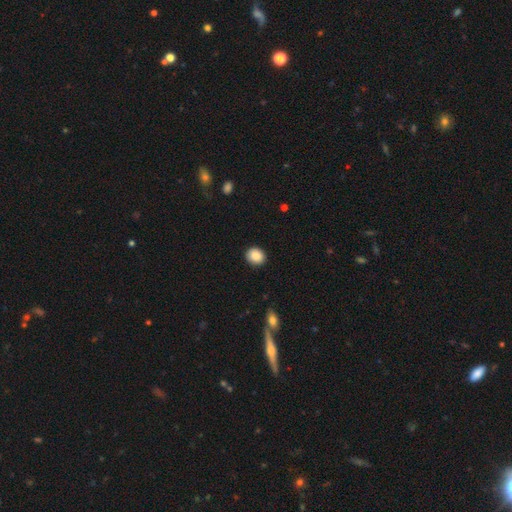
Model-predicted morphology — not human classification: This appears to be a smooth galaxy with no disk features (89%) that is round (68%). Merging: none (90%).